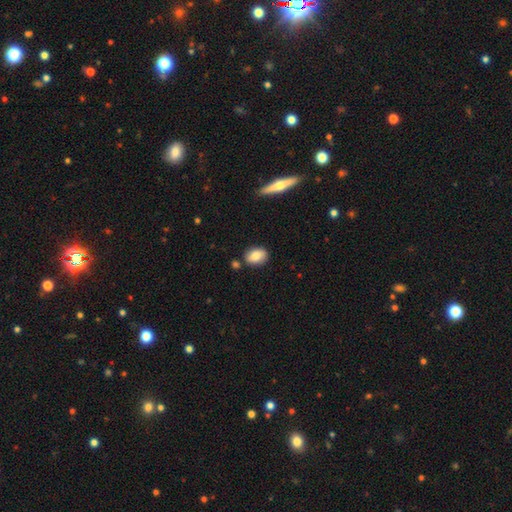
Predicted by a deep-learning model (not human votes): Smooth or featured? smooth (80%)
How rounded? in between (74%)
Merging? none (80%)